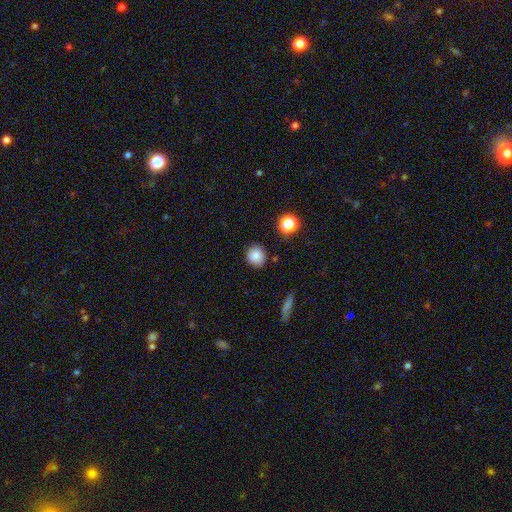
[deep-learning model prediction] Morphology: type=smooth (85%); roundness=round (85%); merging=none (85%).